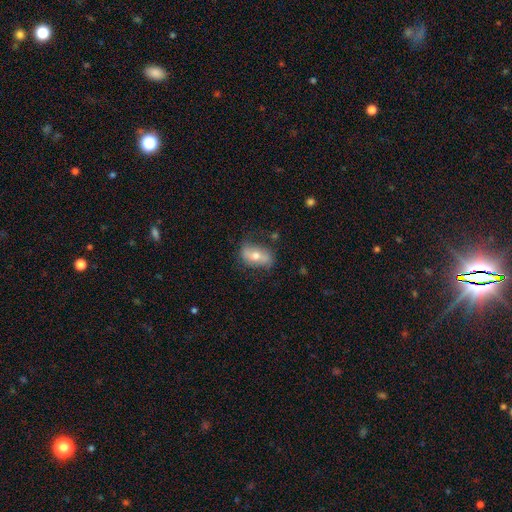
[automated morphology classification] Overall: smooth (54%; featured or disk 39%). How rounded: in between (86%). Merging: none (71%).